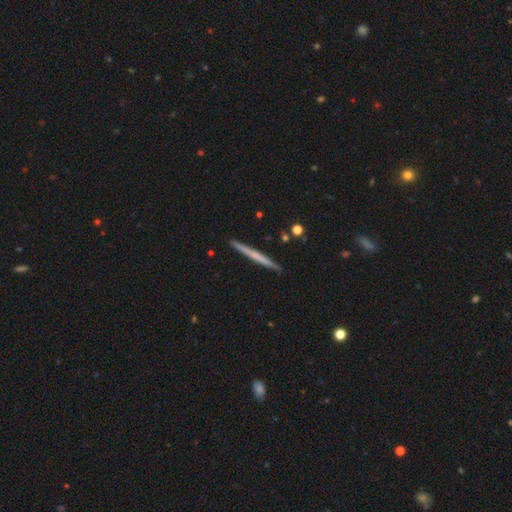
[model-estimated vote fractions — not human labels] The model was most divided on "smooth or featured": smooth: 51%, featured or disk: 44%, star or artifact: 5%. More confident: how rounded — cigar-shaped (97%); merging — none (91%).